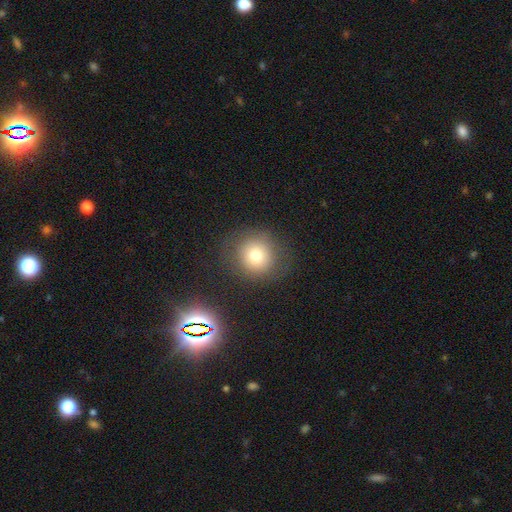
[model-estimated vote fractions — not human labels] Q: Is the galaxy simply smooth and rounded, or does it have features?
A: smooth — 73%.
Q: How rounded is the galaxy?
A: round — 88%.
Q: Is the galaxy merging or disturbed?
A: none — 80%.